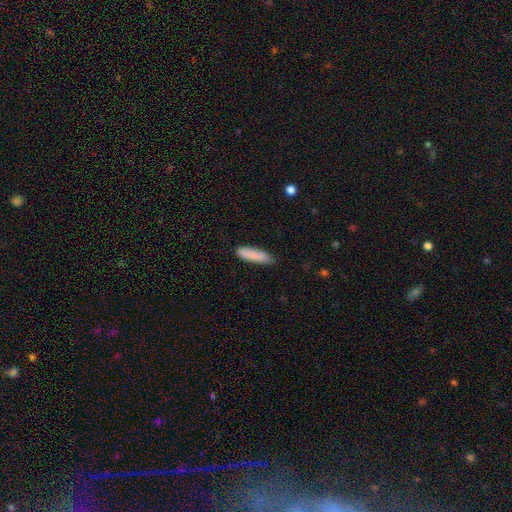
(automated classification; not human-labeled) The model was most divided on "how rounded": cigar-shaped: 68%, in between: 30%, round: 1%. More confident: smooth or featured — smooth (87%); merging — none (77%).